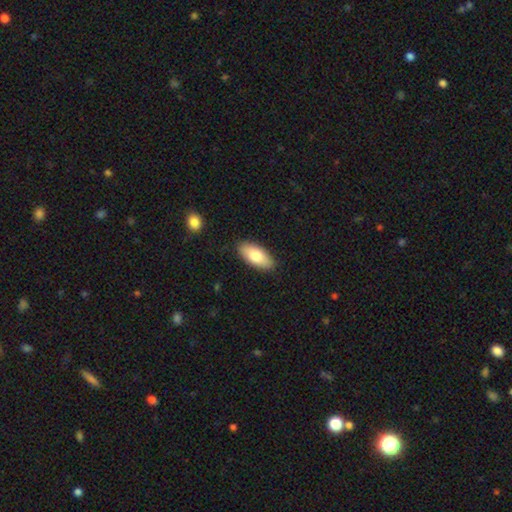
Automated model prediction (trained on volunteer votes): Smooth or featured?
  - smooth: 77% *
  - featured or disk: 17%
  - star or artifact: 6%
How rounded?
  - in between: 87% *
  - cigar-shaped: 10%
  - round: 2%
Merging?
  - none: 88% *
  - minor disturbance: 9%
  - major disturbance: 2%
  - merger: 1%